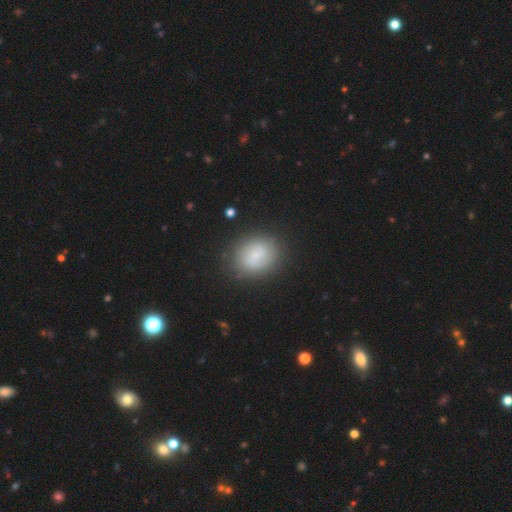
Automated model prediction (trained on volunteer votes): Smooth or featured? Predicted: smooth (p=0.64). How rounded? Predicted: round (p=0.53). Merging? Predicted: none (p=0.80).